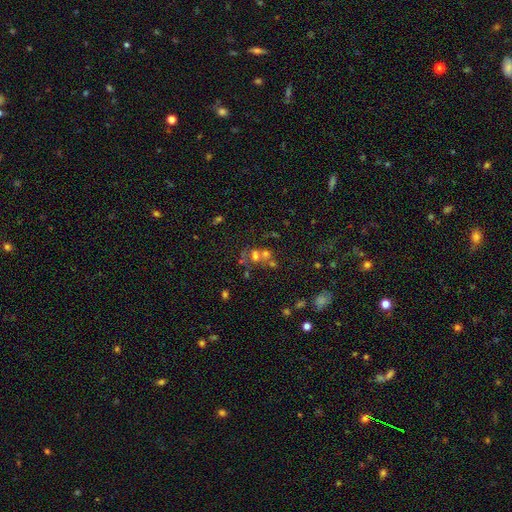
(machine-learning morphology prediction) Smooth or featured? Predicted: smooth (p=0.47). Merging? Predicted: merger (p=0.51).